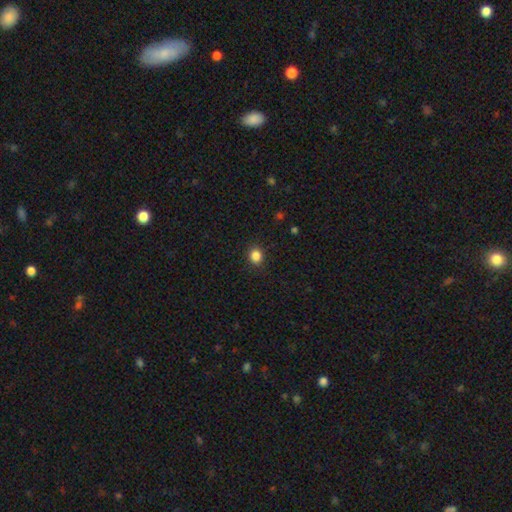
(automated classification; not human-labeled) smooth 85%, star or artifact 11%, featured or disk 3%. Down the decision tree: how rounded — round (78%); merging — none (90%).